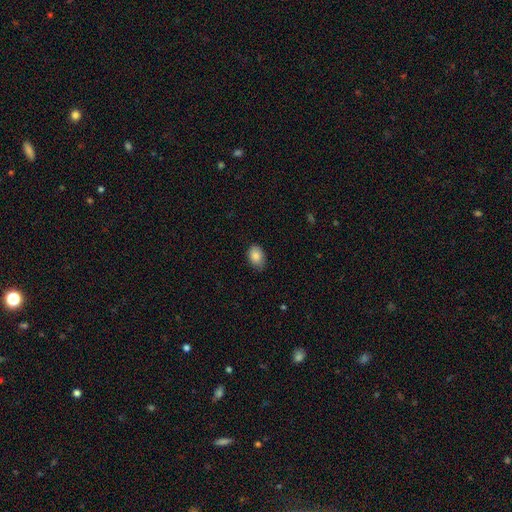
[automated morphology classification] smooth_or_featured: smooth (p=0.87) [alt: star or artifact p=0.08]
how_rounded: in between (p=0.83) [alt: round p=0.16]
merging: none (p=0.80) [alt: minor disturbance p=0.17]